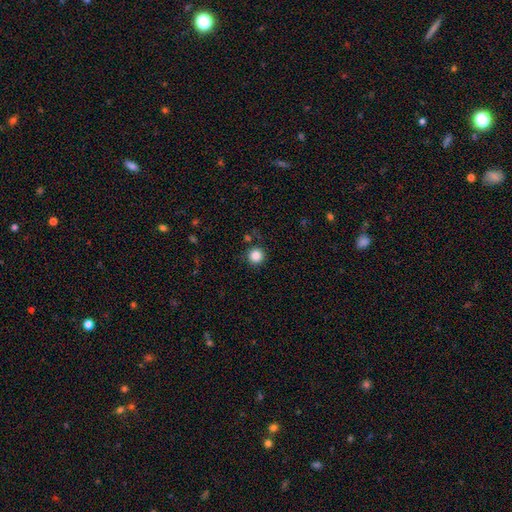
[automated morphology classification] This is clearly a smooth galaxy (86%). How rounded: clearly round (95%). Merging: clearly none (87%).